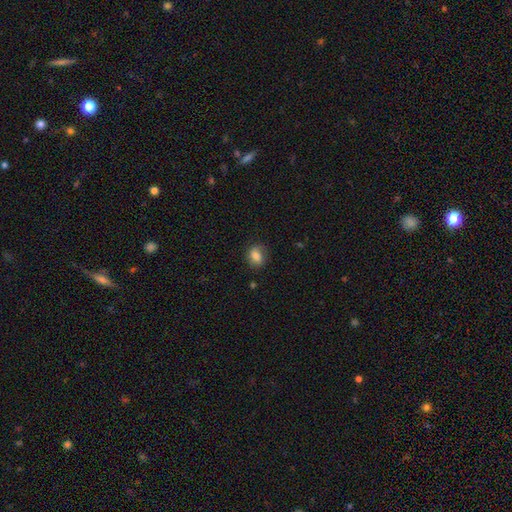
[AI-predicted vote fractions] A smooth galaxy with no disk features (81%) that is in between round and cigar-shaped (58%).

Vote fractions:
- Smooth or featured? smooth: 81% / featured or disk: 10% / star or artifact: 9%
- How rounded? in between: 58% / round: 40% / cigar-shaped: 2%
- Merging? none: 72% / minor disturbance: 21% / major disturbance: 6% / merger: 2%